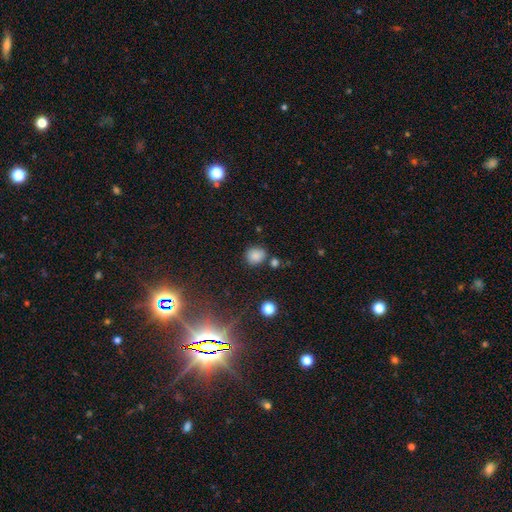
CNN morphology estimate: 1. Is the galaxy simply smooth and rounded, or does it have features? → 83% smooth, 12% star or artifact, 5% featured or disk.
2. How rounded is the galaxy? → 73% round, 26% in between, 1% cigar-shaped.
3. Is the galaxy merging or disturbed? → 75% none, 14% minor disturbance, 7% merger, 4% major disturbance.